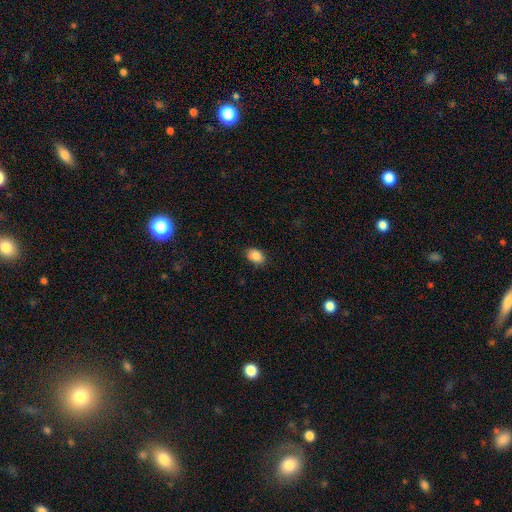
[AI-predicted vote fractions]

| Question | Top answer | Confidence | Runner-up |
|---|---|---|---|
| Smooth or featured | smooth | 87% | star or artifact (8%) |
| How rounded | in between | 78% | round (21%) |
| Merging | none | 82% | minor disturbance (14%) |